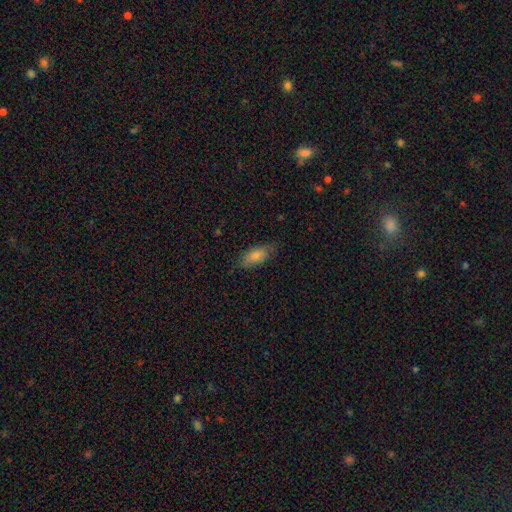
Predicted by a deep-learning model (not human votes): Smooth or featured? Predicted: smooth (p=0.81). How rounded? Predicted: in between (p=0.85). Merging? Predicted: none (p=0.75).